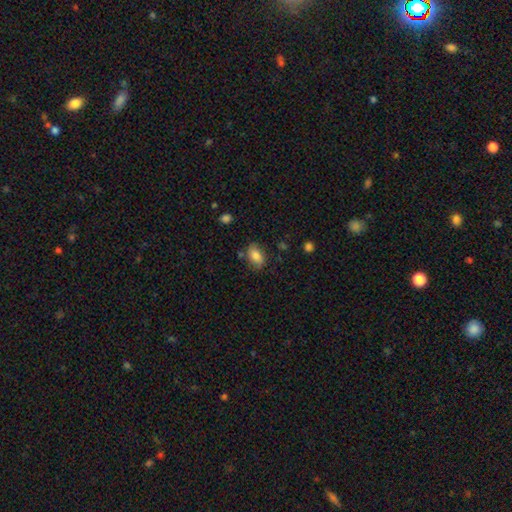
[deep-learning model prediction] A smooth galaxy with no disk features (82%) that is in between round and cigar-shaped (86%).

Vote fractions:
- Smooth or featured? smooth: 82% / featured or disk: 10% / star or artifact: 8%
- How rounded? in between: 86% / round: 12% / cigar-shaped: 2%
- Merging? none: 75% / minor disturbance: 16% / merger: 4% / major disturbance: 4%